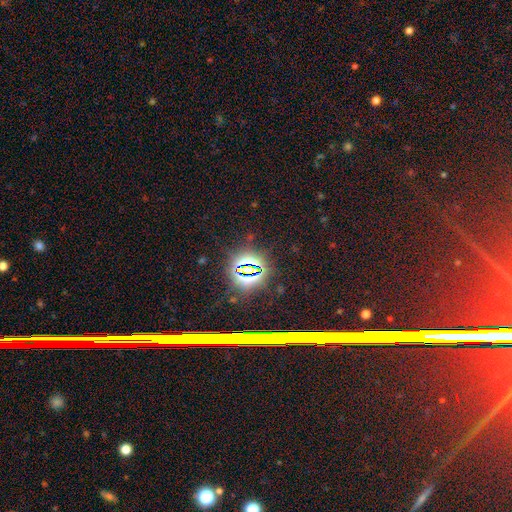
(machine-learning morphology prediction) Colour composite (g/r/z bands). It shows a star or artifact, not a galaxy (79%).